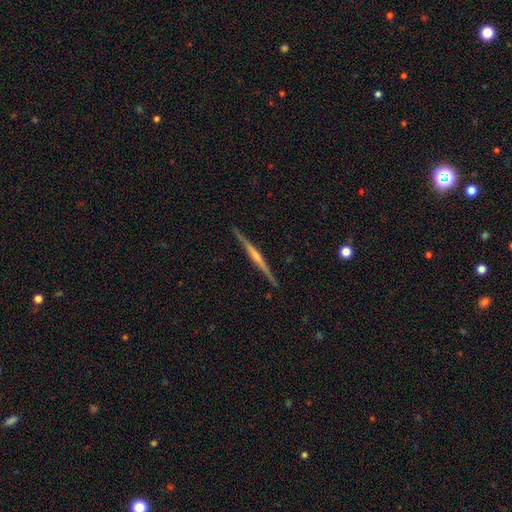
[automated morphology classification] smooth_or_featured: featured or disk (p=0.75) [alt: smooth p=0.20]
disk_edge_on: yes (p=0.98) [alt: no p=0.02]
edge_on_bulge: rounded (p=0.45) [alt: none p=0.40]
merging: none (p=0.90) [alt: minor disturbance p=0.07]